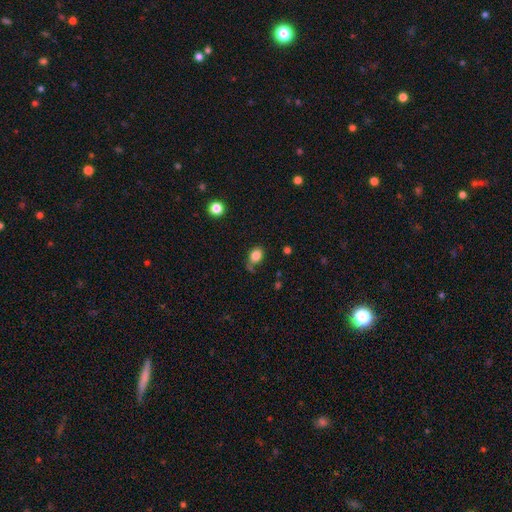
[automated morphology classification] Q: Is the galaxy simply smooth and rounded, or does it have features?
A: smooth — 83%.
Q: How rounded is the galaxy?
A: in between — 73%.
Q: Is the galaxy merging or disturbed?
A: none — 61%.